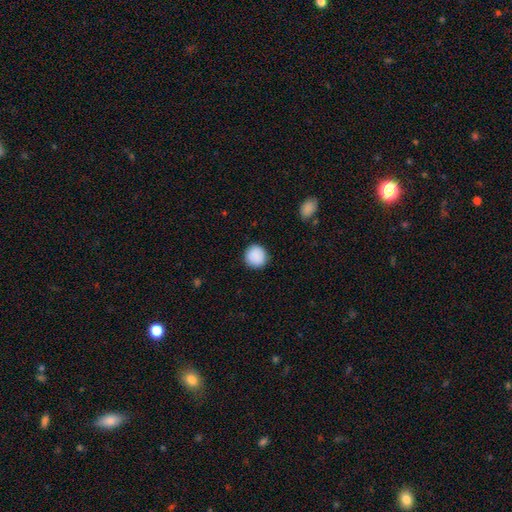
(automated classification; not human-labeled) Overall: smooth (90%). How rounded: round (93%). Merging: none (90%).